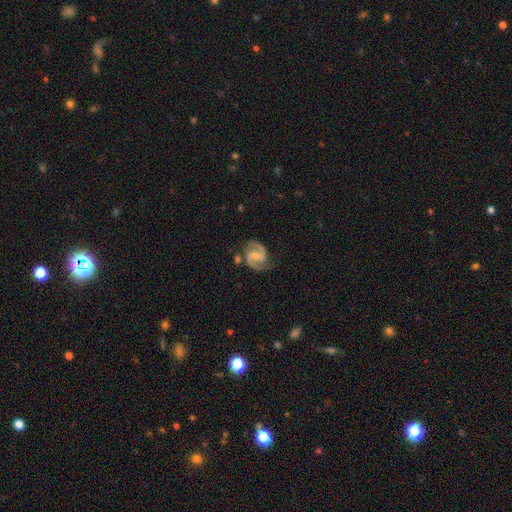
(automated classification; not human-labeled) Smooth or featured: featured or disk — 89% (smooth — 6%)
Edge-on disk: no — 98% (yes — 2%)
Bar: weak — 48% (no — 34%)
Spiral arms: yes — 98% (no — 2%)
Spiral winding: medium — 59% (tight — 26%)
Spiral arm count: 2 — 93% (can't tell — 2%)
Bulge size: small — 50% (moderate — 32%)
Merging: none — 75% (minor disturbance — 15%)